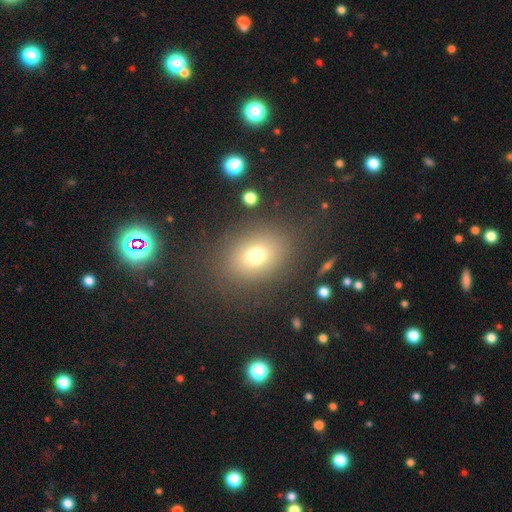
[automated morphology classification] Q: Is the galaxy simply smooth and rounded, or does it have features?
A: smooth — 71%.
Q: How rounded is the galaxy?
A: in between — 55%.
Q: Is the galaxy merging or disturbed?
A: none — 81%.